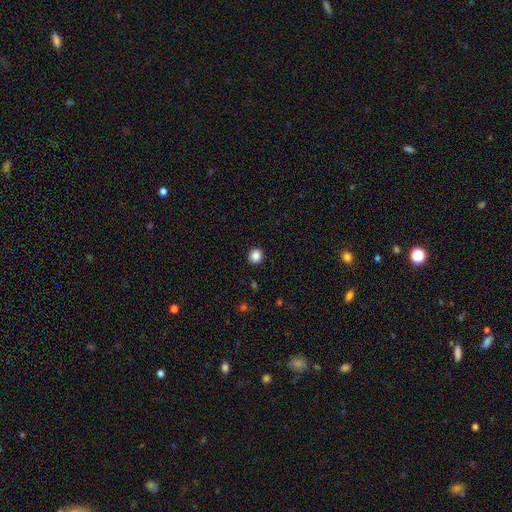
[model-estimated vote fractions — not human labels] Smooth or featured? smooth (86%)
How rounded? round (90%)
Merging? none (93%)